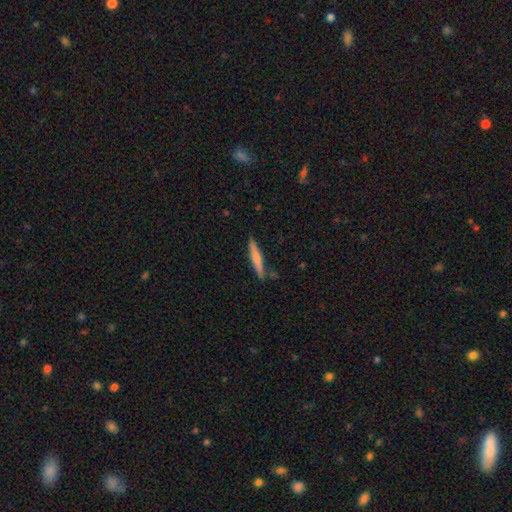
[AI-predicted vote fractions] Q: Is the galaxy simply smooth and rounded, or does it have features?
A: smooth — 49%.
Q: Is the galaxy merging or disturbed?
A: none — 88%.